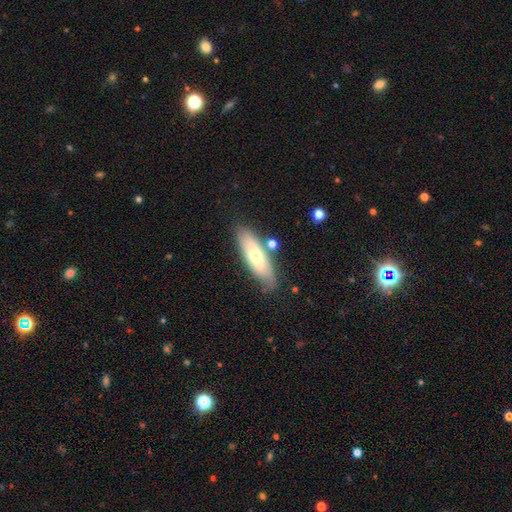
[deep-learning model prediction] Overall: smooth (56%; featured or disk 38%). How rounded: in between (52%; cigar-shaped 46%). Merging: none (73%).